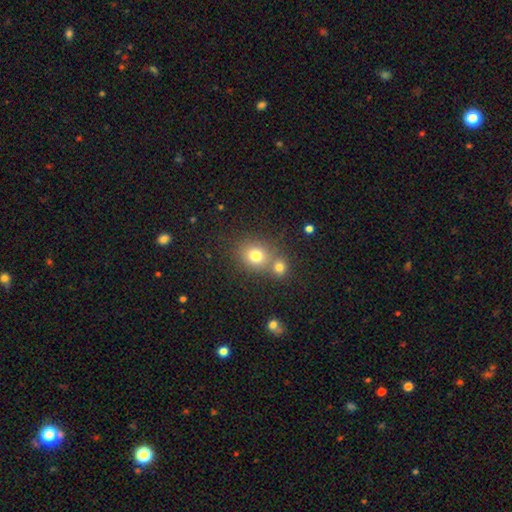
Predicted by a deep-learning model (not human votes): Smooth or featured? Predicted: smooth (p=0.76). How rounded? Predicted: round (p=0.73). Merging? Predicted: none (p=0.55).